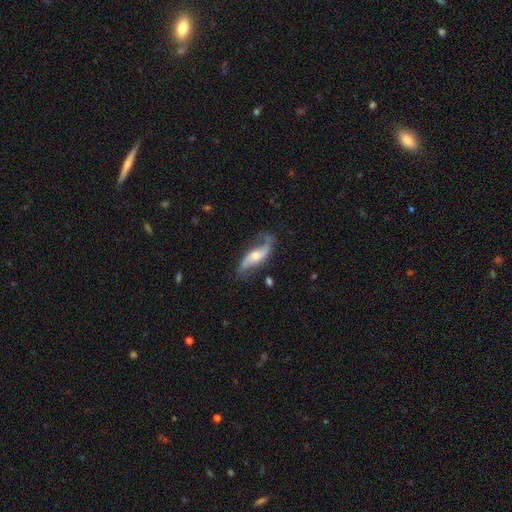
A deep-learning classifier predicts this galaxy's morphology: This appears to be a featured or disk galaxy (78%) with no bar (57%), 2 (89%) loose (76%) spiral arms (92%) and a moderate central bulge (56%). Merging: none (67%).